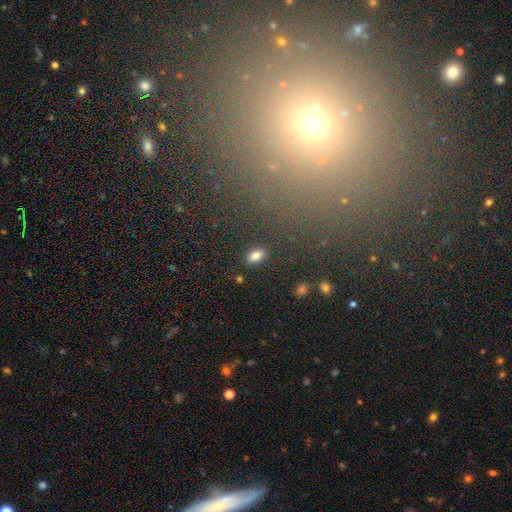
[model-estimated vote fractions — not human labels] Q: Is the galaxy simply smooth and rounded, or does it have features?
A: smooth — 82%.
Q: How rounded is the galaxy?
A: in between — 89%.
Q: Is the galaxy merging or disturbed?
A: none — 86%.